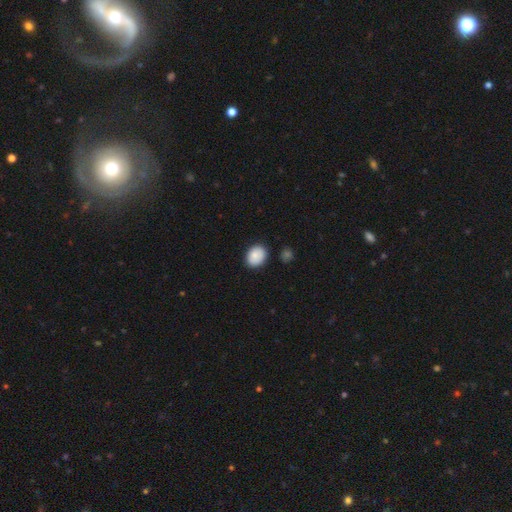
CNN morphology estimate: Smooth or featured? smooth (86%)
How rounded? in between (62%)
Merging? none (83%)